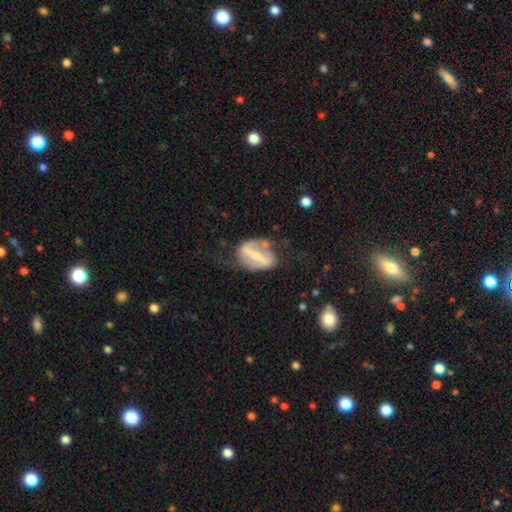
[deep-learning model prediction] smooth_or_featured: featured or disk (p=0.74) [alt: smooth p=0.20]
disk_edge_on: no (p=0.94) [alt: yes p=0.06]
bar: strong (p=0.68) [alt: weak p=0.22]
has_spiral_arms: yes (p=0.70) [alt: no p=0.30]
bulge_size: small (p=0.50) [alt: moderate p=0.34]
merging: none (p=0.49) [alt: minor disturbance p=0.25]